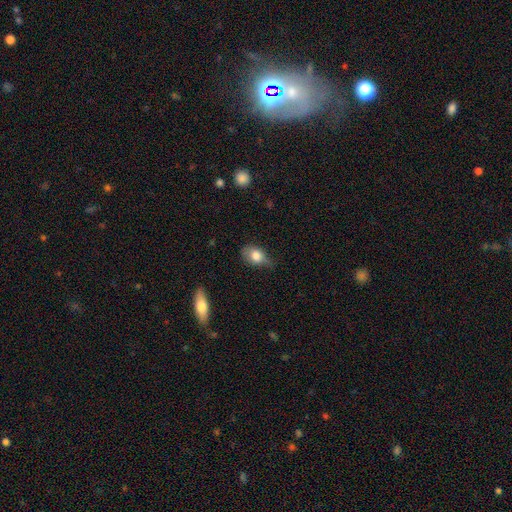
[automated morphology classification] Smooth or featured? Predicted: smooth (p=0.77). How rounded? Predicted: in between (p=0.74). Merging? Predicted: none (p=0.42, tied with minor disturbance).